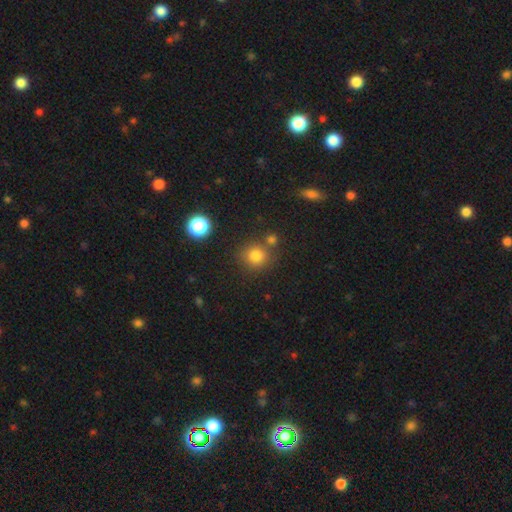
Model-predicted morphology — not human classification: type=smooth (79%); roundness=round (87%); merging=none (74%).